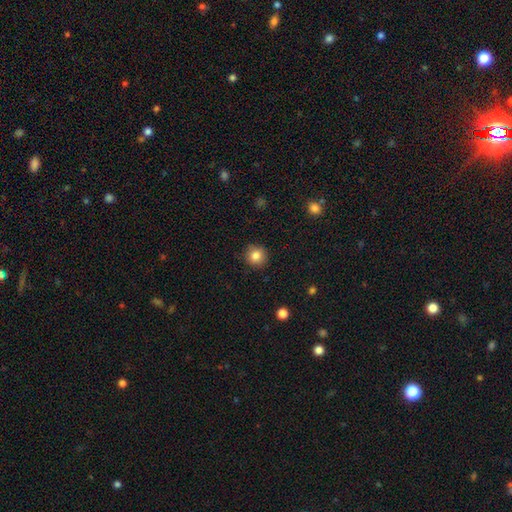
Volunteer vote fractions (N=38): This appears to be a smooth galaxy with no disk features (89%) that is round (94%). Merging: none (97%).